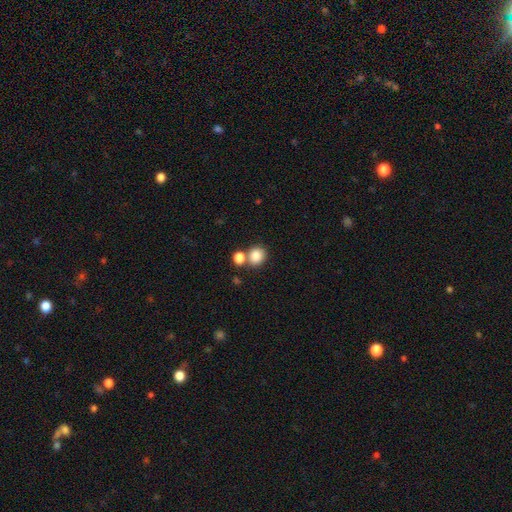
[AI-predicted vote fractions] A smooth galaxy with no disk features (84%) that is round (77%).

Vote fractions:
- Smooth or featured? smooth: 84% / star or artifact: 10% / featured or disk: 6%
- How rounded? round: 77% / in between: 22% / cigar-shaped: 1%
- Merging? none: 62% / merger: 26% / minor disturbance: 8% / major disturbance: 3%